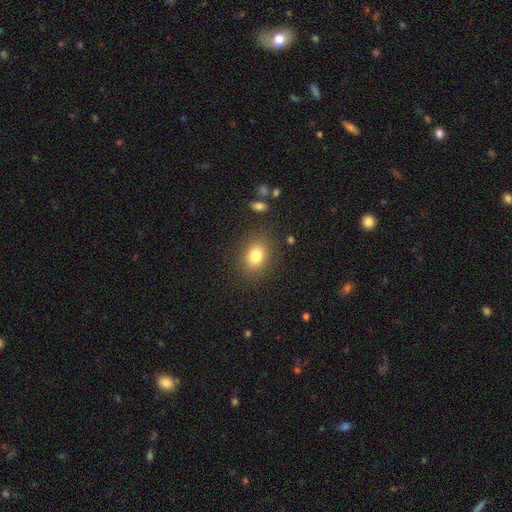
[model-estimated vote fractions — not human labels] The model was most divided on "how rounded": in between: 66%, round: 33%, cigar-shaped: 1%. More confident: merging — none (84%); smooth or featured — smooth (80%).